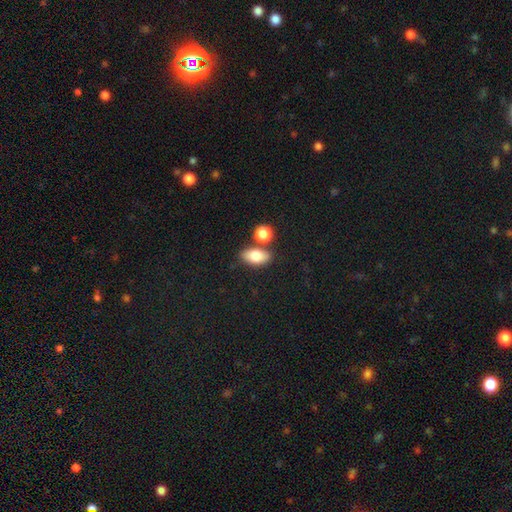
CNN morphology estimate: smooth 79%, featured or disk 13%, star or artifact 8%. Down the decision tree: how rounded — in between (86%); merging — none (68%).